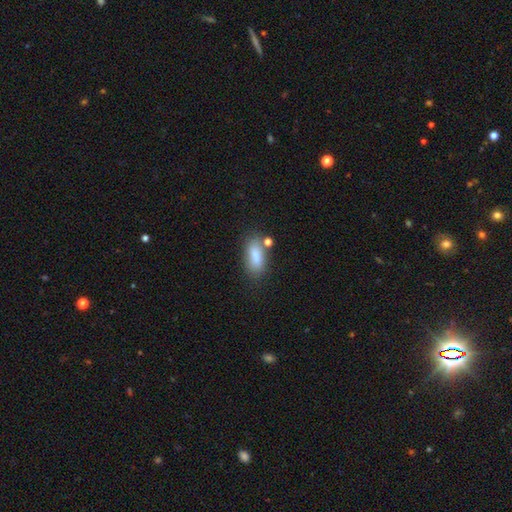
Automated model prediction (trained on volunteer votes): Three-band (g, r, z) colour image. It shows a smooth galaxy with no disk features (81%) that is in between round and cigar-shaped (81%). Merging: none (63%).